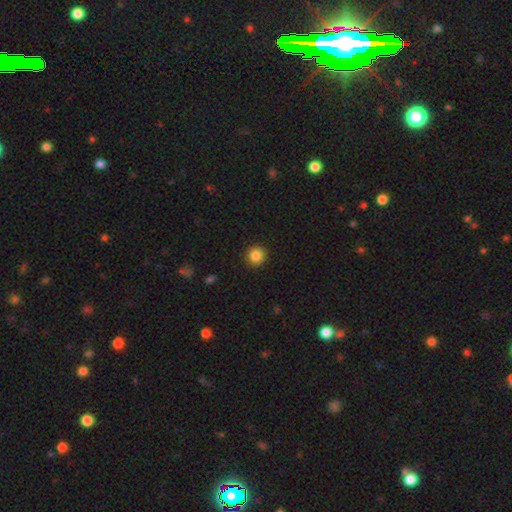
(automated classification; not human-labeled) A smooth galaxy with no disk features (85%) that is round (94%).

Vote fractions:
- Smooth or featured? smooth: 85% / star or artifact: 10% / featured or disk: 4%
- How rounded? round: 94% / in between: 5% / cigar-shaped: 1%
- Merging? none: 92% / minor disturbance: 5% / major disturbance: 2% / merger: 1%